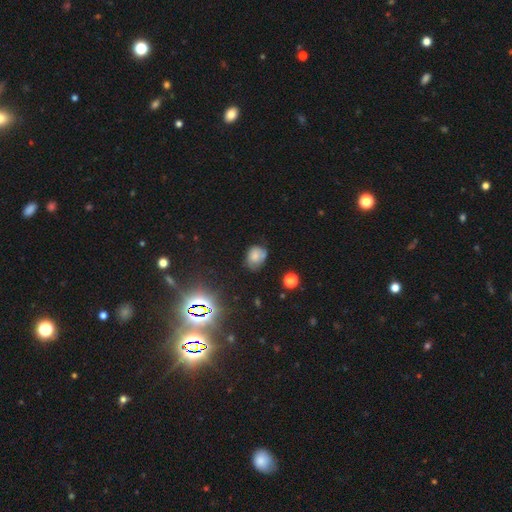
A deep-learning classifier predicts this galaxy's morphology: The model was most divided on "how rounded": in between: 58%, round: 41%, cigar-shaped: 1%. More confident: smooth or featured — smooth (68%); merging — none (53%).